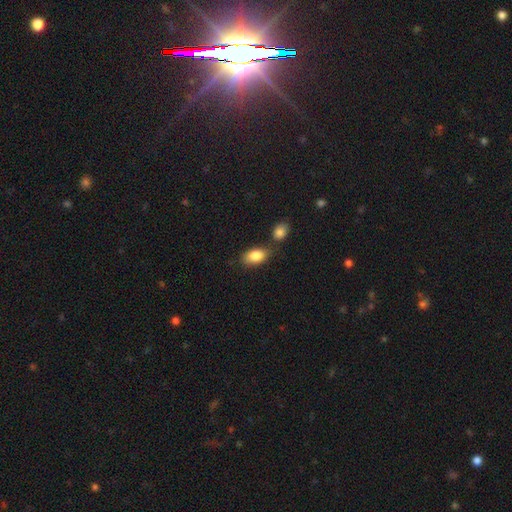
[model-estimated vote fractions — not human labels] smooth_or_featured: smooth (p=0.85) [alt: featured or disk p=0.08]
how_rounded: in between (p=0.91) [alt: round p=0.06]
merging: none (p=0.60) [alt: merger p=0.21]